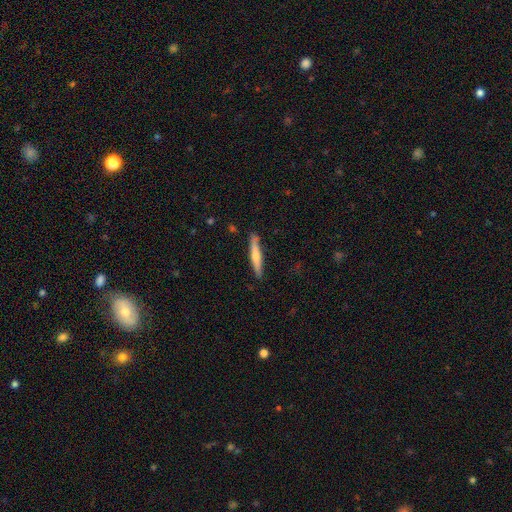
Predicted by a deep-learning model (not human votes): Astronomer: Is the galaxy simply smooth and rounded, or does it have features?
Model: smooth — 54% (runner-up: featured or disk, 41%).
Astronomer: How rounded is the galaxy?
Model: cigar-shaped — 93%.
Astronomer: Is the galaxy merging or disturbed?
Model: none — 87%.